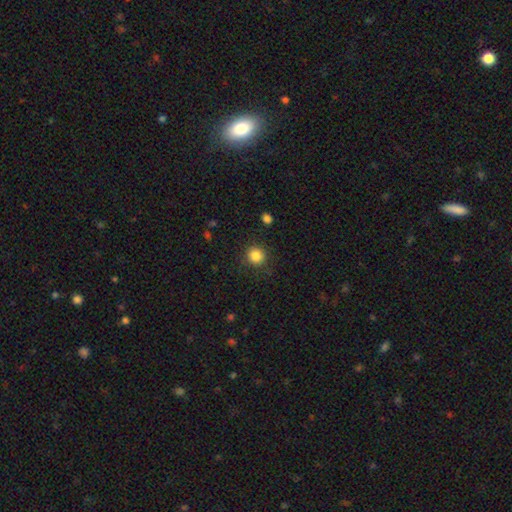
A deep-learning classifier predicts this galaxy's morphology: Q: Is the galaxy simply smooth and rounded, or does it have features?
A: smooth — 85%.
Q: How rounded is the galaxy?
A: round — 92%.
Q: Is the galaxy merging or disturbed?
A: none — 87%.